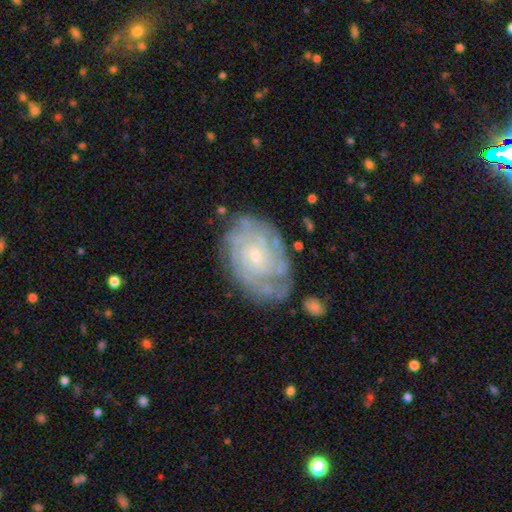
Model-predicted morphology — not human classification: smooth_or_featured: featured or disk (p=0.83) [alt: smooth p=0.10]
disk_edge_on: no (p=0.97) [alt: yes p=0.03]
bar: no (p=0.75) [alt: weak p=0.21]
has_spiral_arms: yes (p=0.94) [alt: no p=0.06]
spiral_winding: tight (p=0.74) [alt: medium p=0.21]
spiral_arm_count: can't tell (p=0.40) [alt: 4 p=0.19]
bulge_size: small (p=0.76) [alt: moderate p=0.19]
merging: none (p=0.71) [alt: minor disturbance p=0.19]